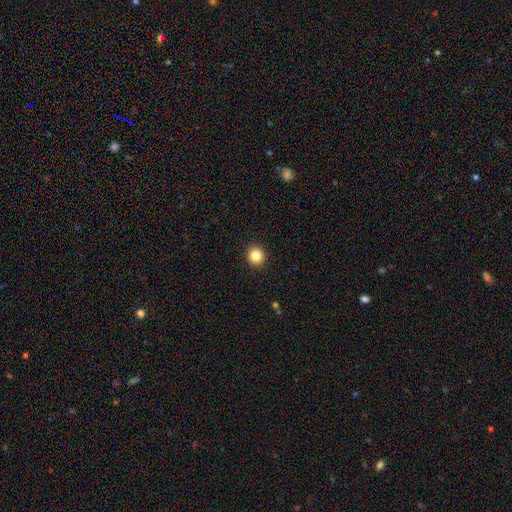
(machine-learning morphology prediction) smooth_or_featured: smooth (p=0.84) [alt: star or artifact p=0.11]
how_rounded: round (p=0.92) [alt: in between p=0.07]
merging: none (p=0.93) [alt: minor disturbance p=0.05]